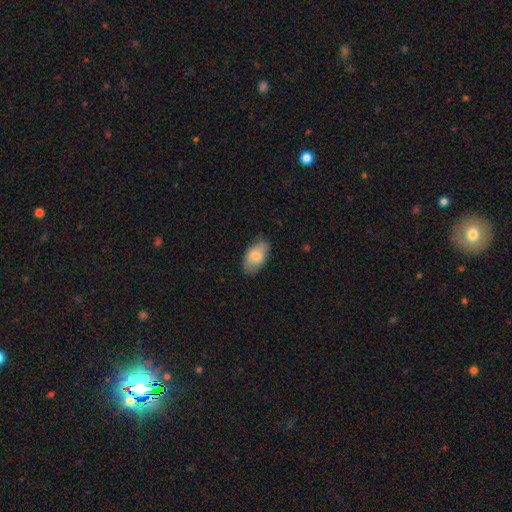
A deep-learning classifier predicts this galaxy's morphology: A smooth galaxy with no disk features (76%) that is in between round and cigar-shaped (93%).

Vote fractions:
- Smooth or featured? smooth: 76% / featured or disk: 17% / star or artifact: 6%
- How rounded? in between: 93% / round: 5% / cigar-shaped: 2%
- Merging? none: 73% / minor disturbance: 21% / major disturbance: 4% / merger: 1%